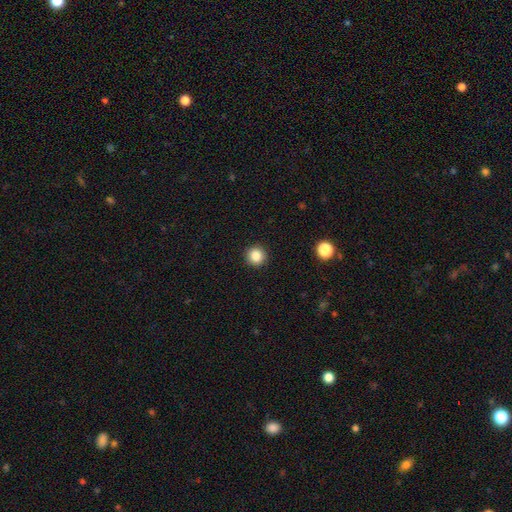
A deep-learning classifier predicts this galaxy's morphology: type=smooth (84%); roundness=round (95%); merging=none (93%).